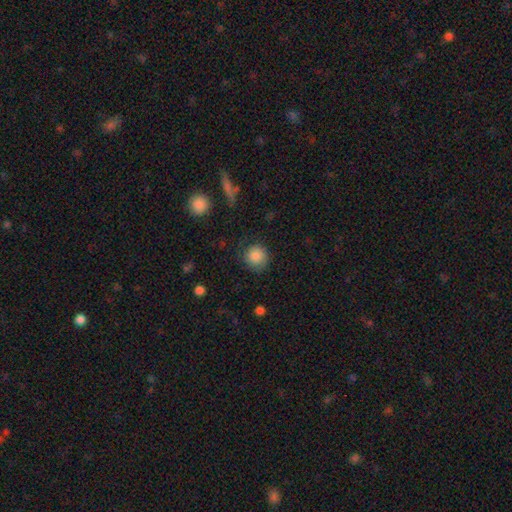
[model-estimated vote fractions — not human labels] The model was most divided on "merging": none: 79%, minor disturbance: 14%, major disturbance: 5%, merger: 1%. More confident: how rounded — round (92%); smooth or featured — smooth (85%).